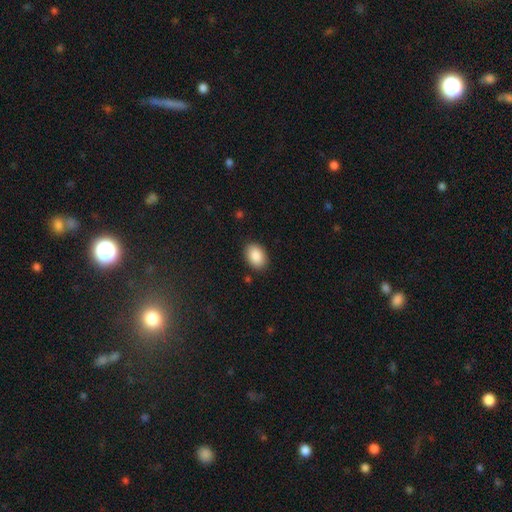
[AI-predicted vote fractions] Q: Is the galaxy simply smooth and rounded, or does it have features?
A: smooth — 89%.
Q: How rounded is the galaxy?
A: in between — 84%.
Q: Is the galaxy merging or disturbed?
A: none — 88%.